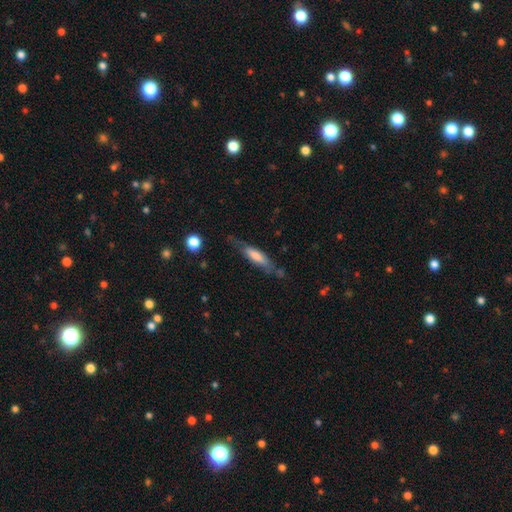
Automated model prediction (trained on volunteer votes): Morphology: type=smooth (59%); roundness=cigar-shaped (69%); merging=none (61%).